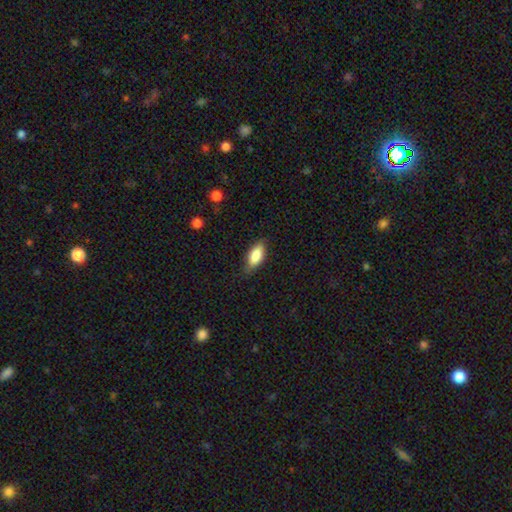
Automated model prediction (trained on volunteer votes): Smooth or featured? Predicted: smooth (p=0.83). How rounded? Predicted: in between (p=0.85). Merging? Predicted: none (p=0.77).